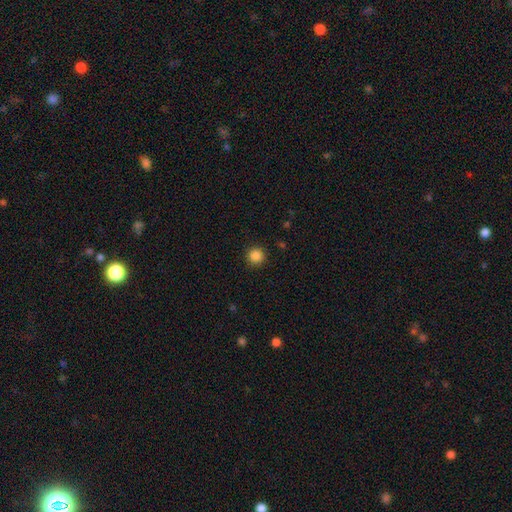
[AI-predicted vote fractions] smooth-or-featured: smooth: 86% | star or artifact: 11% | featured or disk: 3%
  how-rounded: round: 95% | in between: 4% | cigar-shaped: 1%
  merging: none: 92% | minor disturbance: 5% | major disturbance: 2% | merger: 1%